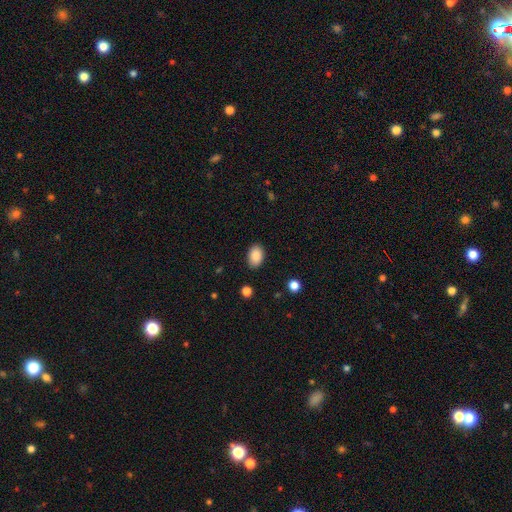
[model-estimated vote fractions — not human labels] This appears to be a smooth galaxy with no disk features (89%) that is in between round and cigar-shaped (88%). Merging: none (86%).